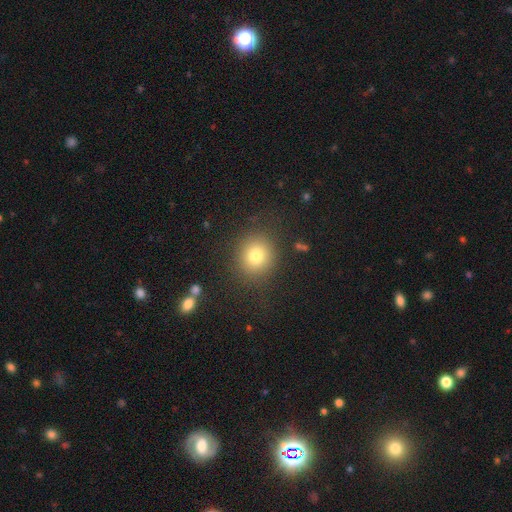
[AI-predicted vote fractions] Q: Smooth or featured?
A: smooth (77%); runner-up: star or artifact (13%)
Q: How rounded?
A: round (86%); runner-up: in between (13%)
Q: Merging?
A: none (85%); runner-up: minor disturbance (8%)